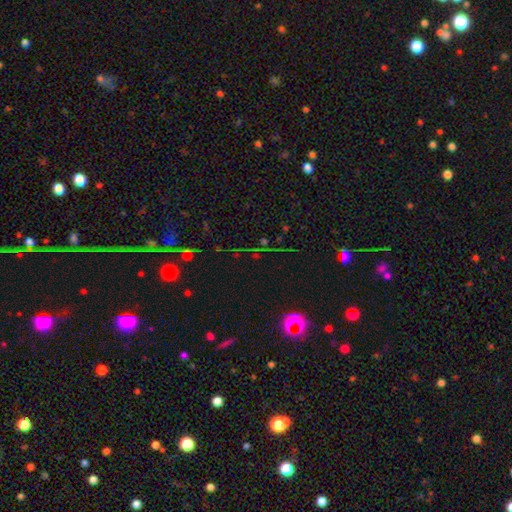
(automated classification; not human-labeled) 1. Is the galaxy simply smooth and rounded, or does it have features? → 72% star or artifact, 15% smooth, 13% featured or disk.